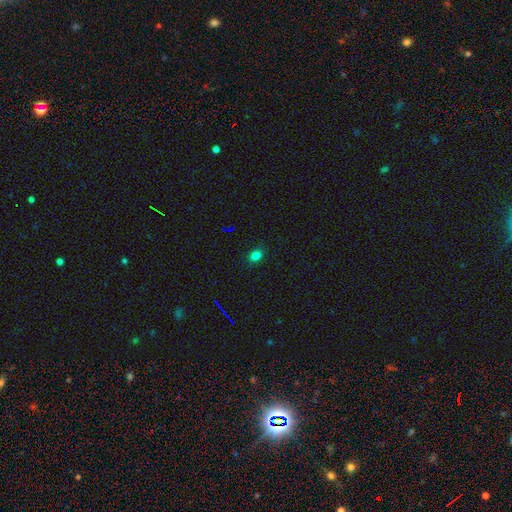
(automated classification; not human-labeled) Q: Smooth or featured?
A: smooth (78%); runner-up: star or artifact (17%)
Q: How rounded?
A: in between (65%); runner-up: round (34%)
Q: Merging?
A: none (86%); runner-up: minor disturbance (10%)